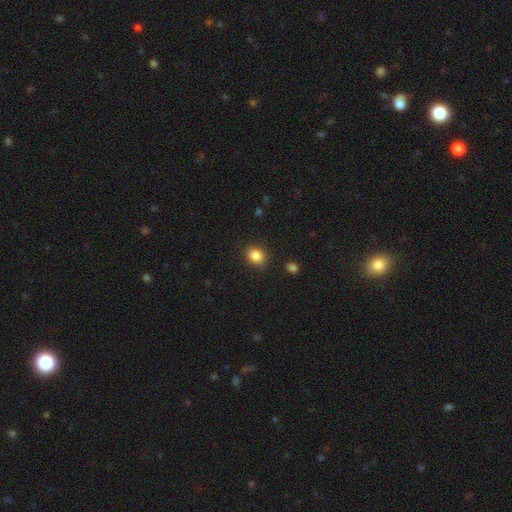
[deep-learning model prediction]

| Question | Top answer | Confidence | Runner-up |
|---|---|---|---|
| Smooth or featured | smooth | 85% | star or artifact (10%) |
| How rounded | round | 64% | in between (35%) |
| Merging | none | 84% | minor disturbance (12%) |